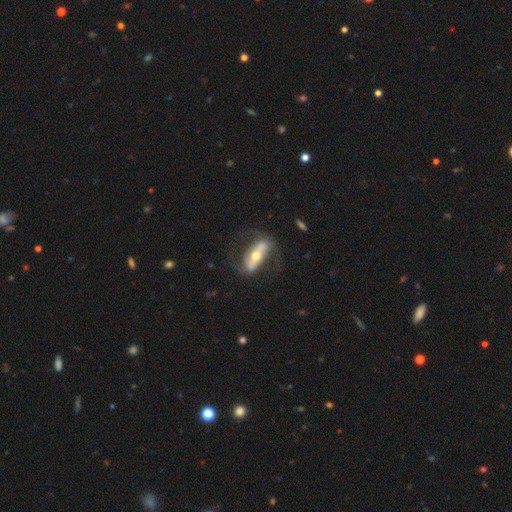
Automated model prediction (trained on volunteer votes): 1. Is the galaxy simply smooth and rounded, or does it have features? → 69% featured or disk, 25% smooth, 6% star or artifact.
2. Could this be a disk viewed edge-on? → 77% no, 23% yes.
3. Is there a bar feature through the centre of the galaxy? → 55% strong, 26% no, 19% weak.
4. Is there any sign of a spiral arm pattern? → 67% yes, 33% no.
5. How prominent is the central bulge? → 63% moderate, 28% small, 6% large, 1% dominant, 1% none.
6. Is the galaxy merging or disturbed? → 65% none, 19% minor disturbance, 14% major disturbance, 2% merger.